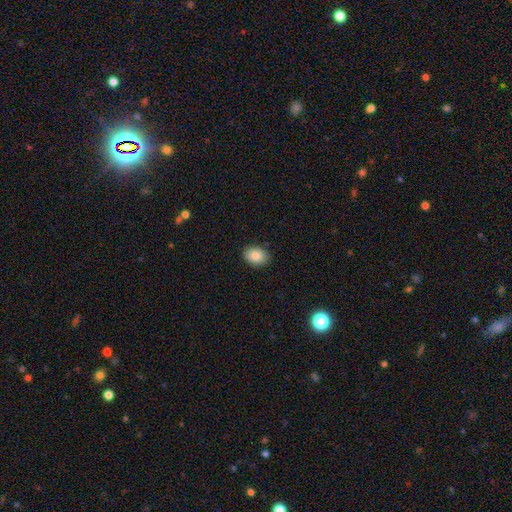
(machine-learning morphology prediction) A smooth galaxy with no disk features (86%) that is in between round and cigar-shaped (77%).

Vote fractions:
- Smooth or featured? smooth: 86% / star or artifact: 8% / featured or disk: 6%
- How rounded? in between: 77% / round: 22% / cigar-shaped: 1%
- Merging? none: 88% / minor disturbance: 9% / major disturbance: 2% / merger: 1%